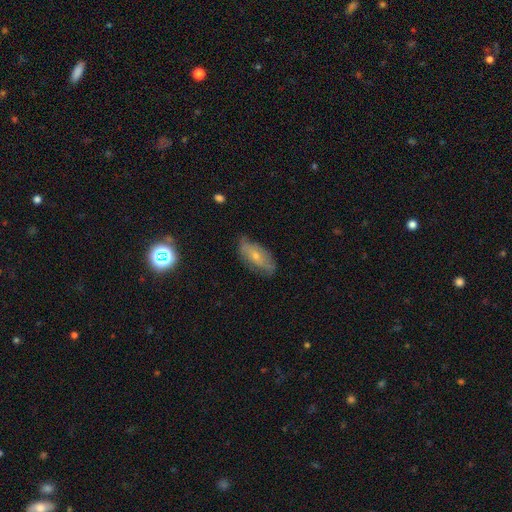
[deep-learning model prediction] This is possibly a smooth galaxy (48%). Merging: likely none (66%).